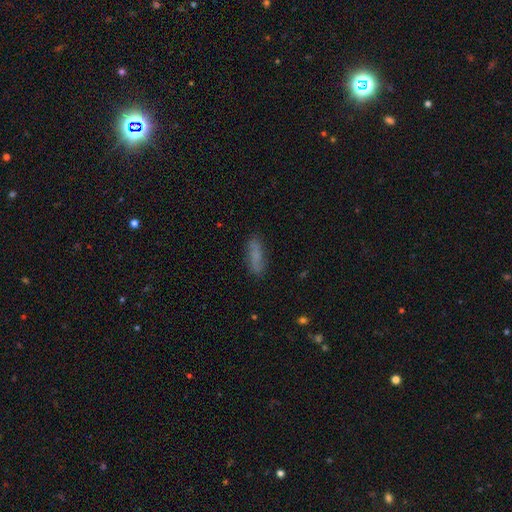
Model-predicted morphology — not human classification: Smooth or featured? Predicted: smooth (p=0.70). How rounded? Predicted: cigar-shaped (p=0.59). Merging? Predicted: none (p=0.80).